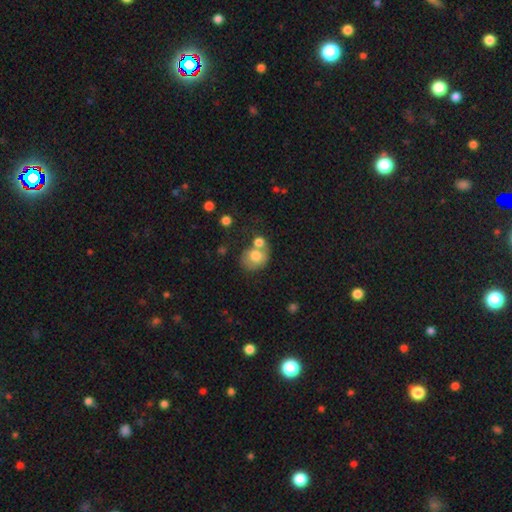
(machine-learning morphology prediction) Smooth or featured? Predicted: smooth (p=0.72). How rounded? Predicted: round (p=0.67). Merging? Predicted: none (p=0.41).